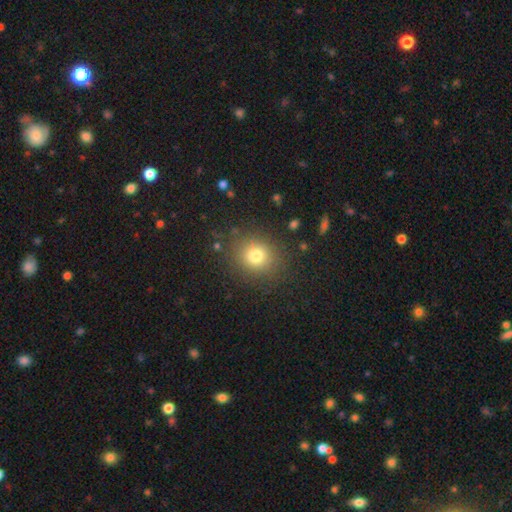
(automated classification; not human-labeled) A smooth galaxy with no disk features (78%) that is round (79%).

Vote fractions:
- Smooth or featured? smooth: 78% / star or artifact: 14% / featured or disk: 8%
- How rounded? round: 79% / in between: 20% / cigar-shaped: 1%
- Merging? none: 86% / minor disturbance: 9% / major disturbance: 4% / merger: 2%